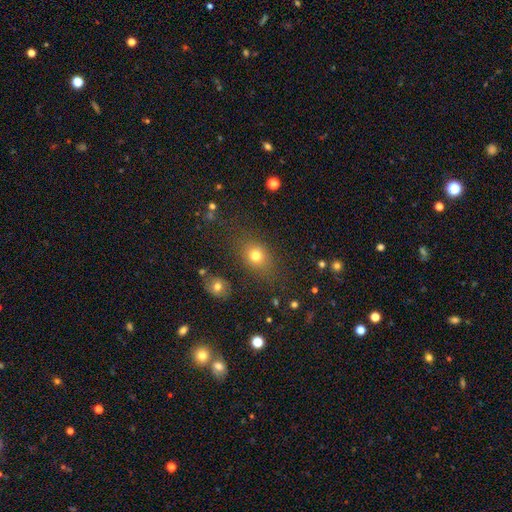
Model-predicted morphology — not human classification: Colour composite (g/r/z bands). It shows a smooth galaxy with no disk features (74%) that is round (51%). Merging: none (77%).